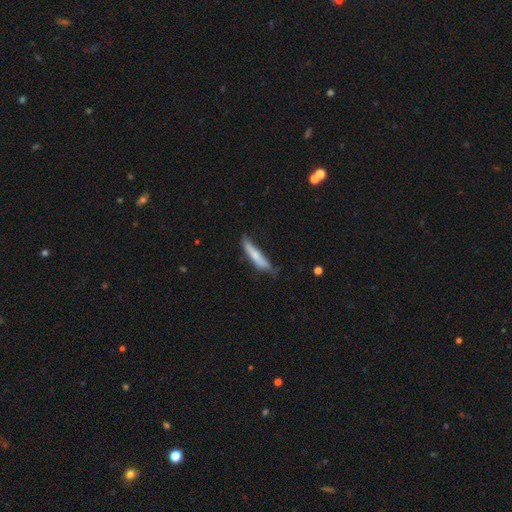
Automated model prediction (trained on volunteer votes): Smooth or featured? smooth (67%)
How rounded? cigar-shaped (87%)
Merging? none (55%)